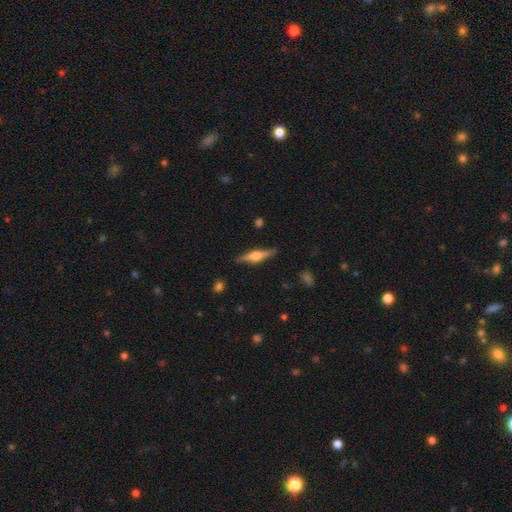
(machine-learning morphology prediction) type=featured or disk (74%); edge-on=yes (97%); edge-on bulge=rounded (92%); merging=none (87%).